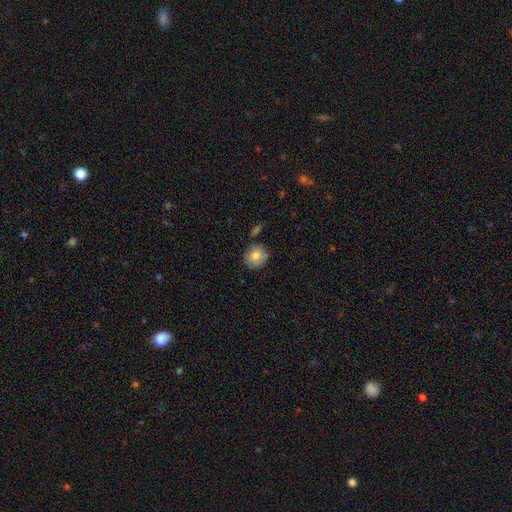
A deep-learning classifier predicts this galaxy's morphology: smooth_or_featured: smooth (p=0.80) [alt: featured or disk p=0.12]
how_rounded: round (p=0.87) [alt: in between p=0.12]
merging: none (p=0.78) [alt: minor disturbance p=0.15]